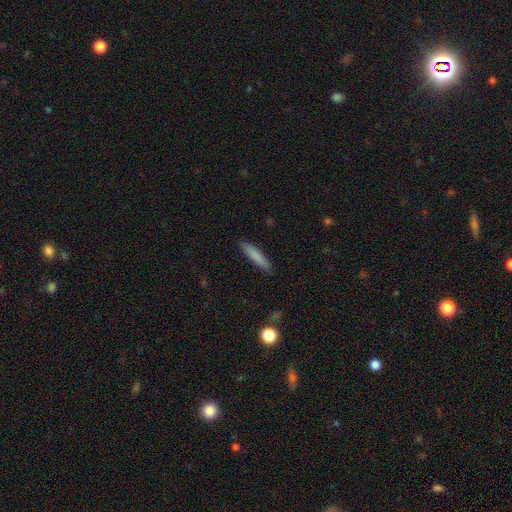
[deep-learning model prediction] smooth_or_featured: smooth (p=0.83) [alt: featured or disk p=0.11]
how_rounded: cigar-shaped (p=0.87) [alt: in between p=0.12]
merging: none (p=0.89) [alt: minor disturbance p=0.08]